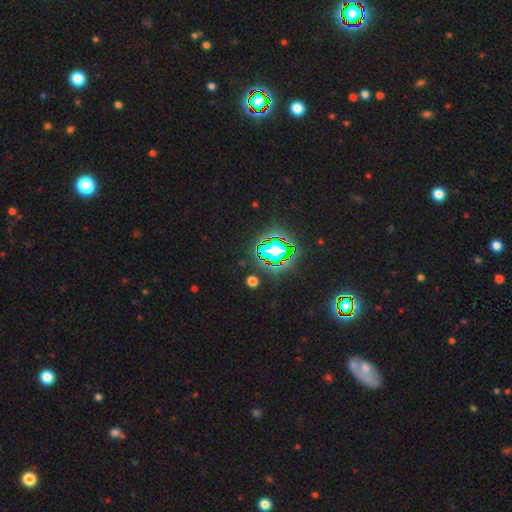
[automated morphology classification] Smooth or featured: star or artifact — 82% (smooth — 11%)